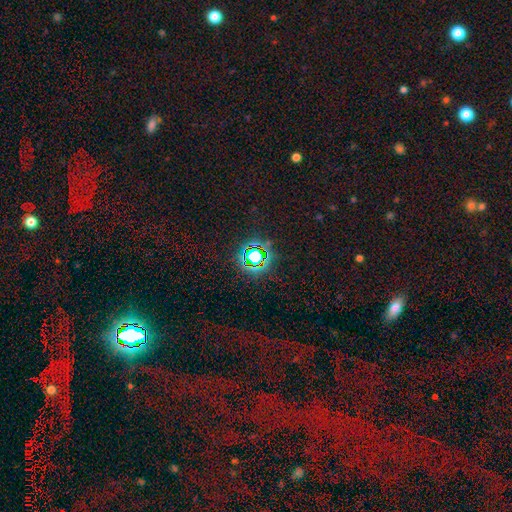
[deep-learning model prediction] A star or artifact, not a galaxy (75%).

Vote fractions:
- Smooth or featured? star or artifact: 75% / smooth: 16% / featured or disk: 9%